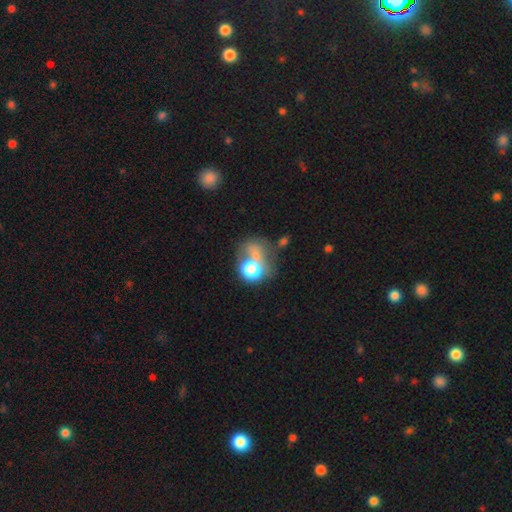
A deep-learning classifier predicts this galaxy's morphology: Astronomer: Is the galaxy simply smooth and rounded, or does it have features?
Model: smooth — 64%.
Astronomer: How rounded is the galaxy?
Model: round — 60% (runner-up: in between, 39%).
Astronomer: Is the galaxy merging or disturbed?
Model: merger — 40% (runner-up: none, 24%).